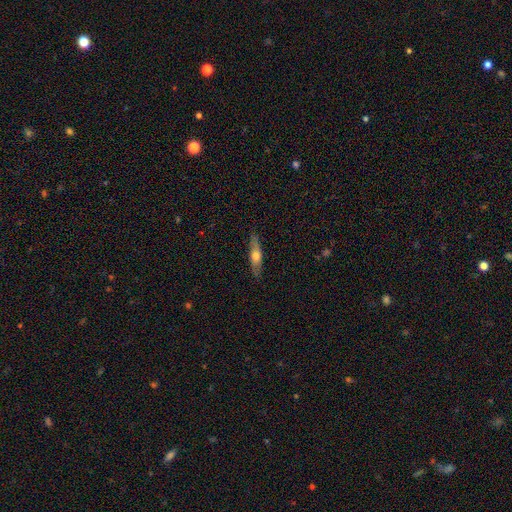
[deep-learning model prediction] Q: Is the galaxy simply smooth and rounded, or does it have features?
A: smooth — 50%.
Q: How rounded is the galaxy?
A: cigar-shaped — 74%.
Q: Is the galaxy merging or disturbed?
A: none — 84%.